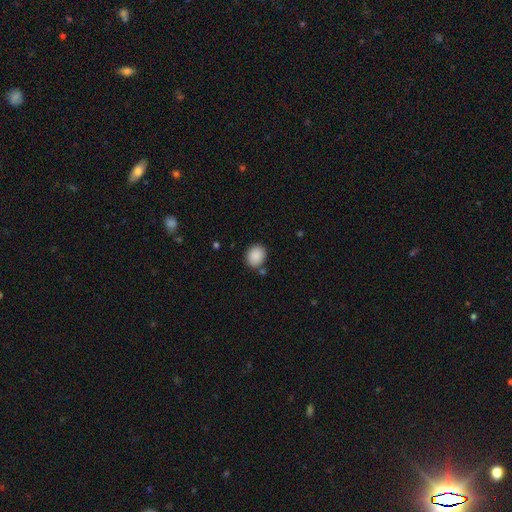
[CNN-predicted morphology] Overall: smooth (89%). How rounded: round (53%; in between 46%). Merging: none (81%).